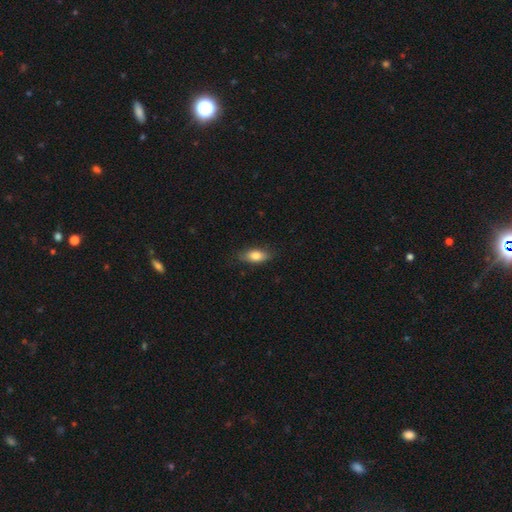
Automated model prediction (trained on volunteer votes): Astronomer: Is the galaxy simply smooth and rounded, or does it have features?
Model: smooth — 77%.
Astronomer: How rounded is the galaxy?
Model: in between — 81%.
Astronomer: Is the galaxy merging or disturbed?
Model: none — 81%.